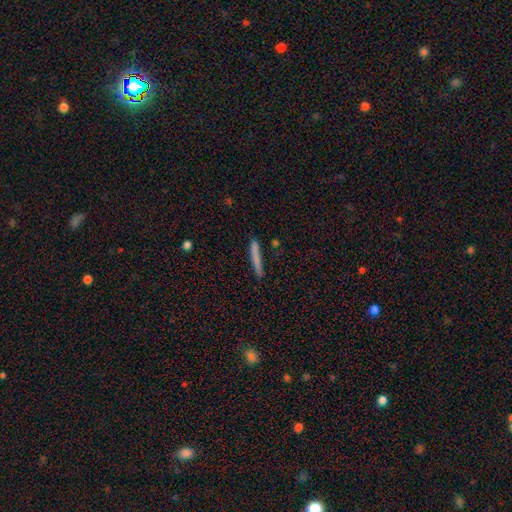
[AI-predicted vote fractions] This is likely a smooth galaxy (74%). How rounded: clearly cigar-shaped (96%). Merging: clearly none (85%).